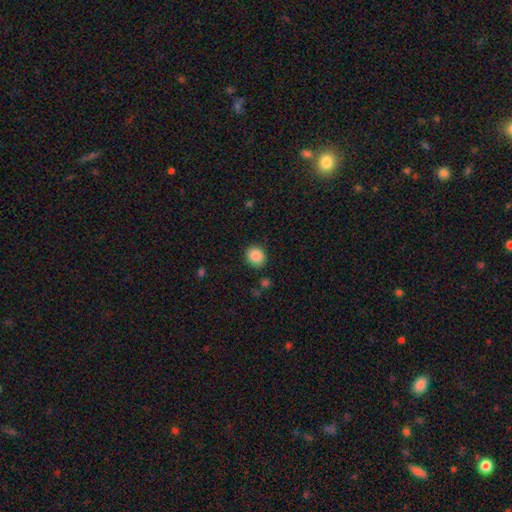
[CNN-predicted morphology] A smooth galaxy with no disk features (88%) that is round (77%).

Vote fractions:
- Smooth or featured? smooth: 88% / star or artifact: 9% / featured or disk: 3%
- How rounded? round: 77% / in between: 22% / cigar-shaped: 1%
- Merging? none: 87% / minor disturbance: 8% / major disturbance: 3% / merger: 2%